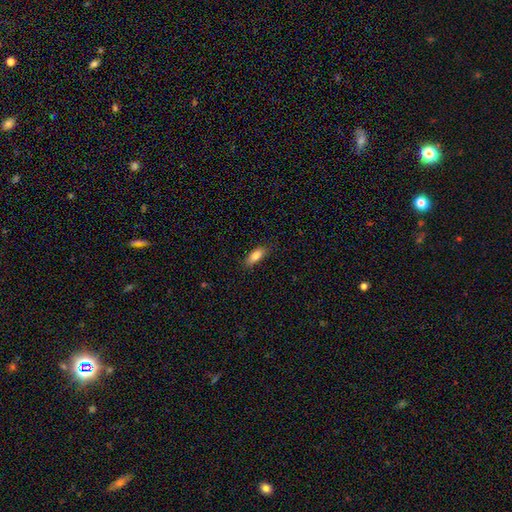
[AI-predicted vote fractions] smooth_or_featured: smooth (p=0.83) [alt: featured or disk p=0.10]
how_rounded: in between (p=0.77) [alt: cigar-shaped p=0.20]
merging: none (p=0.85) [alt: minor disturbance p=0.12]